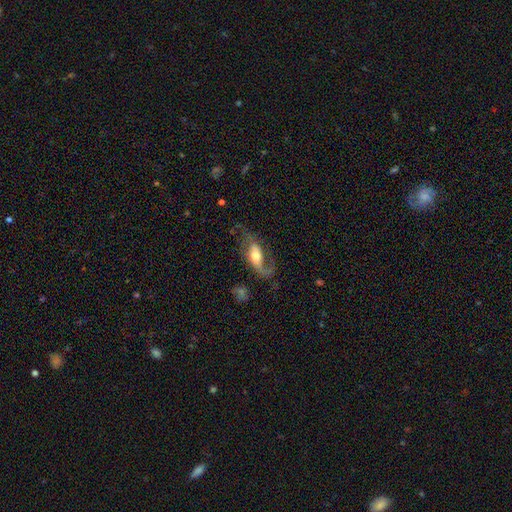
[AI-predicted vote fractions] smooth-or-featured: featured or disk: 72% | smooth: 22% | star or artifact: 6%
  disk-edge-on: no: 91% | yes: 9%
    bar: no: 40% | weak: 34% | strong: 26%
    has-spiral-arms: yes: 87% | no: 13%
      spiral-winding: loose: 57% | medium: 32% | tight: 11%
      spiral-arm-count: 2: 57% | 1: 36% | can't tell: 4% | 3: 1% | 4: 1% | more than 4: 1%
    bulge-size: moderate: 65% | small: 17% | large: 15% | dominant: 2% | none: 2%
  merging: none: 50% | major disturbance: 26% | minor disturbance: 21% | merger: 3%